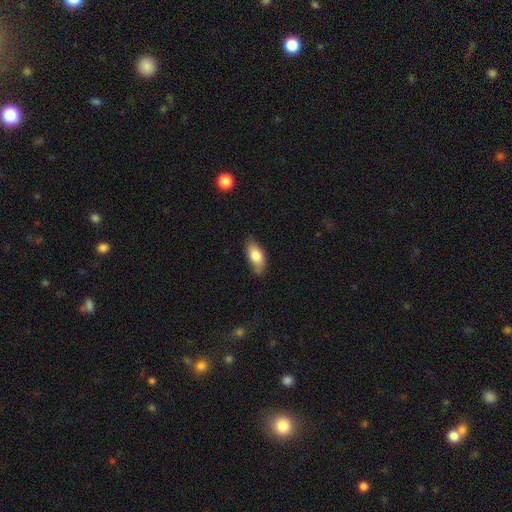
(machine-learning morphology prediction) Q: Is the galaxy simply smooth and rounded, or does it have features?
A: smooth — 79%.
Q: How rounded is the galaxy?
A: in between — 86%.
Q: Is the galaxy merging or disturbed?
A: none — 77%.